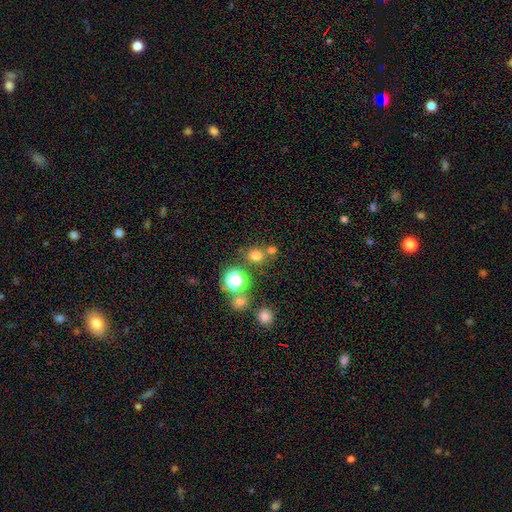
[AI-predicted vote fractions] Morphology: type=smooth (70%); roundness=round (85%); merging=none (70%).